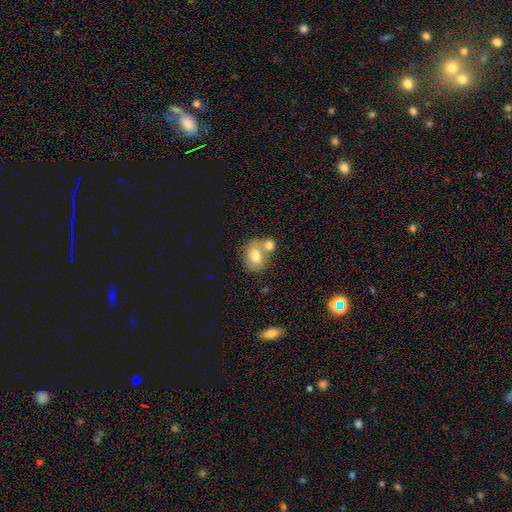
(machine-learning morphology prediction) This is likely a smooth galaxy (74%). How rounded: possibly round (50%). Merging: possibly merger (47%).